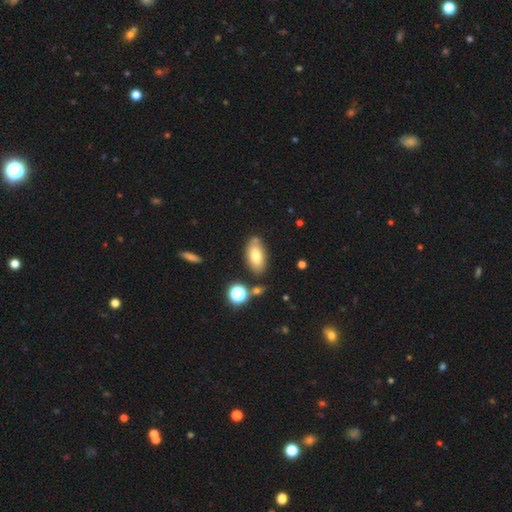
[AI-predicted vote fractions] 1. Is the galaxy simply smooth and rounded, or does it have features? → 72% smooth, 18% featured or disk, 9% star or artifact.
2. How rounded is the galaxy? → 90% in between, 6% cigar-shaped, 4% round.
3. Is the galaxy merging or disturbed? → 73% none, 15% minor disturbance, 7% merger, 4% major disturbance.